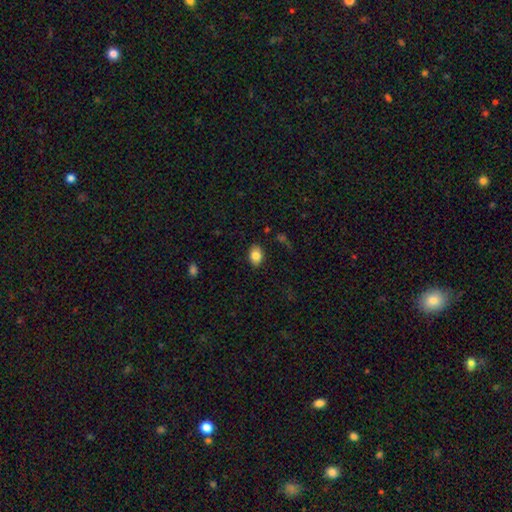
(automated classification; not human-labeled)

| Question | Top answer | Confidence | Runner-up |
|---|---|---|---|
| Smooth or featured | smooth | 84% | star or artifact (8%) |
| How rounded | in between | 78% | round (21%) |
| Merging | none | 86% | minor disturbance (10%) |